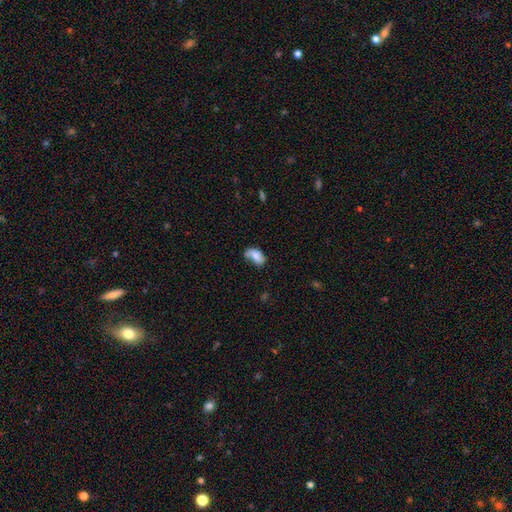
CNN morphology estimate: smooth-or-featured: smooth: 63% | featured or disk: 29% | star or artifact: 9%
  how-rounded: in between: 91% | round: 7% | cigar-shaped: 2%
  merging: none: 41% | minor disturbance: 30% | major disturbance: 14% | merger: 14%